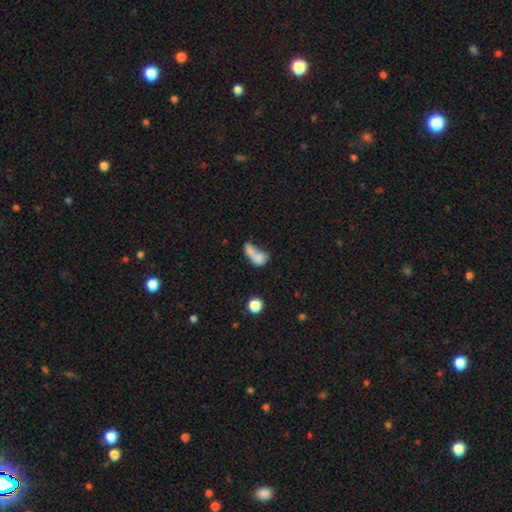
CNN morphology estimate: Q: Smooth or featured?
A: smooth (71%); runner-up: featured or disk (18%)
Q: How rounded?
A: in between (68%); runner-up: round (21%)
Q: Merging?
A: merger (59%); runner-up: none (19%)